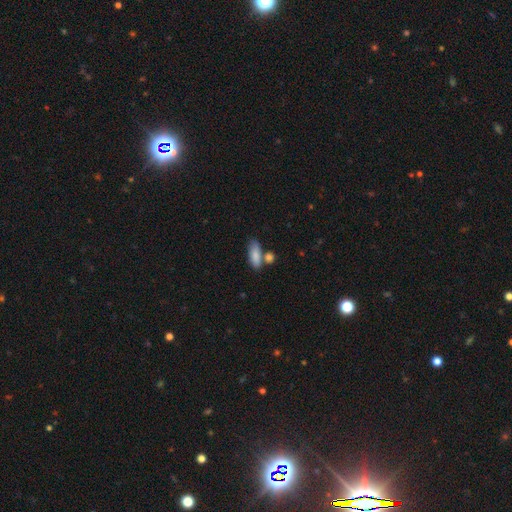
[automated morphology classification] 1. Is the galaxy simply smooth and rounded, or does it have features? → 84% smooth, 9% featured or disk, 7% star or artifact.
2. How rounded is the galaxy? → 76% in between, 21% cigar-shaped, 3% round.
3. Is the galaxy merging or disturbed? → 56% none, 24% merger, 16% minor disturbance, 5% major disturbance.